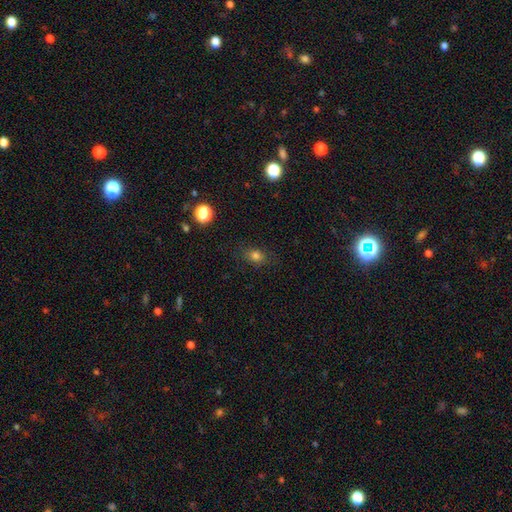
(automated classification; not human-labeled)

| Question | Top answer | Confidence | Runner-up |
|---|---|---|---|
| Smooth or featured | smooth | 78% | star or artifact (14%) |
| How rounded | in between | 55% | round (43%) |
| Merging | none | 82% | minor disturbance (13%) |